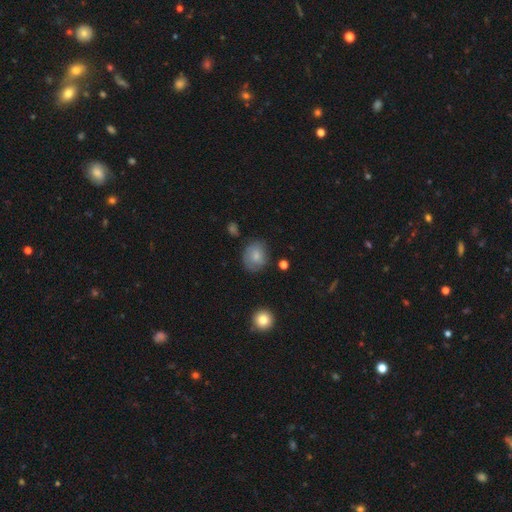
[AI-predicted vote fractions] Smooth or featured? smooth (73%)
How rounded? round (58%)
Merging? none (67%)